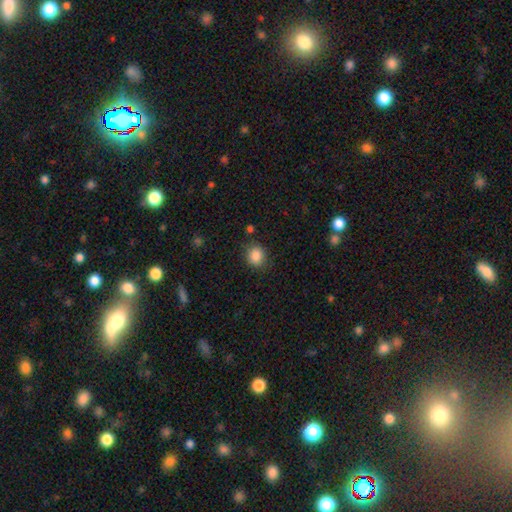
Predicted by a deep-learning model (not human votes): This appears to be a smooth galaxy with no disk features (86%) that is round (69%). Merging: none (81%).